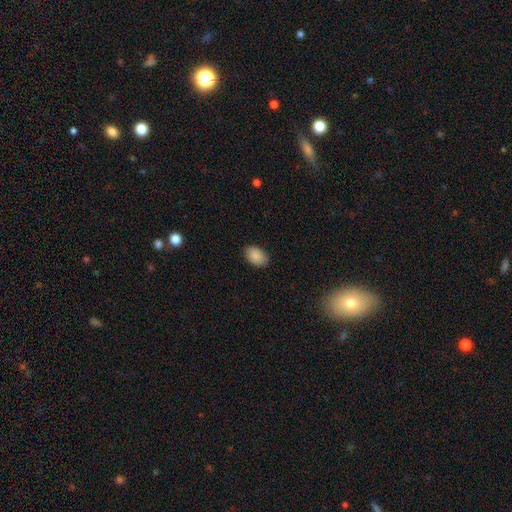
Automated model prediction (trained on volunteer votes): Smooth or featured: smooth — 88% (star or artifact — 7%)
How rounded: in between — 88% (round — 11%)
Merging: none — 87% (minor disturbance — 10%)